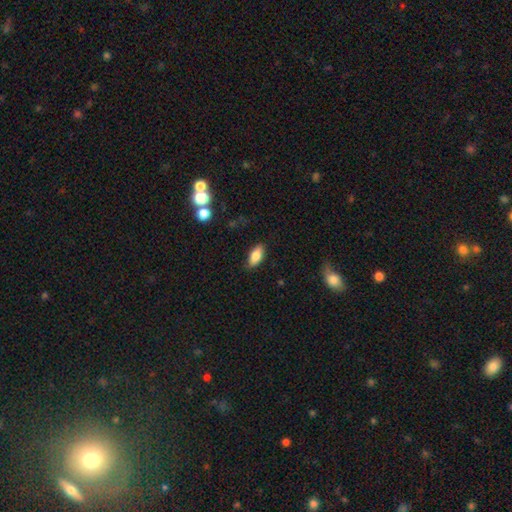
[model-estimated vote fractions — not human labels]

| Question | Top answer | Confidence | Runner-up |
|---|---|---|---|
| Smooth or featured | smooth | 80% | featured or disk (13%) |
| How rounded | in between | 85% | cigar-shaped (12%) |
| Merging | none | 83% | minor disturbance (13%) |